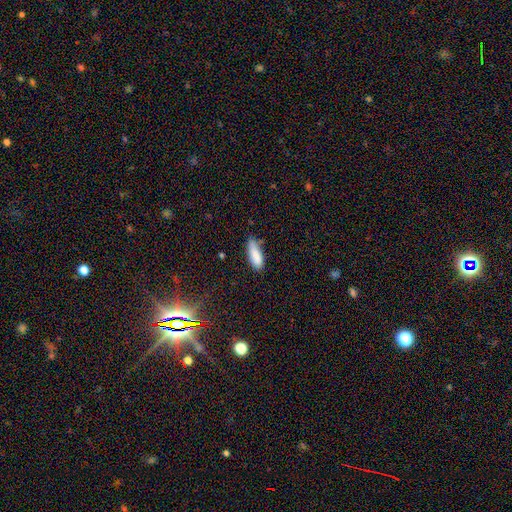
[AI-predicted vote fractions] Morphology: type=smooth (86%); roundness=in between (62%); merging=none (60%).